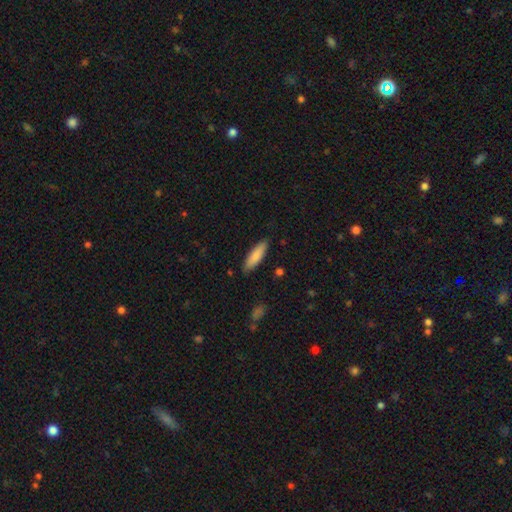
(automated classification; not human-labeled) This is clearly a smooth galaxy (85%). How rounded: possibly cigar-shaped (56%). Merging: clearly none (85%).